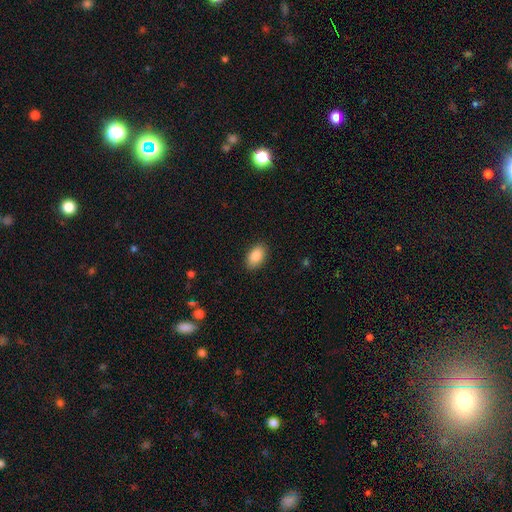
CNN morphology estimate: Smooth or featured: smooth — 87% (star or artifact — 7%)
How rounded: in between — 92% (round — 7%)
Merging: none — 88% (minor disturbance — 9%)